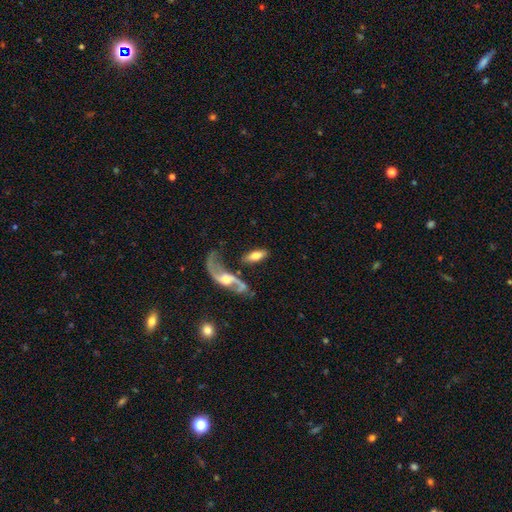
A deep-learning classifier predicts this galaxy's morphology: Overall: smooth (58%; featured or disk 36%). How rounded: in between (79%). Merging: none (58%).